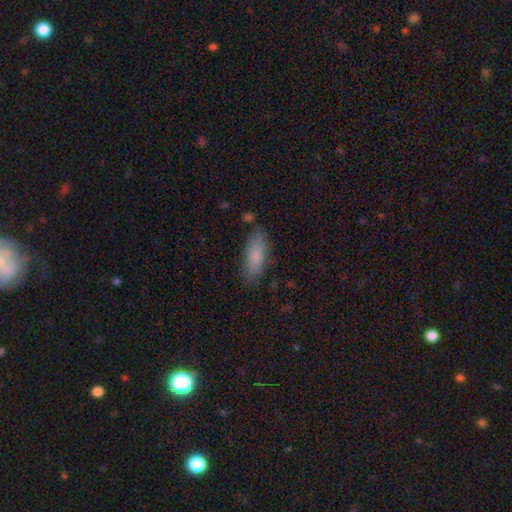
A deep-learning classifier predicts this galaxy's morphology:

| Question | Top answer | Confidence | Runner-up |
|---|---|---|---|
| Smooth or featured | smooth | 82% | featured or disk (11%) |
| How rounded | in between | 66% | cigar-shaped (32%) |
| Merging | none | 80% | minor disturbance (14%) |